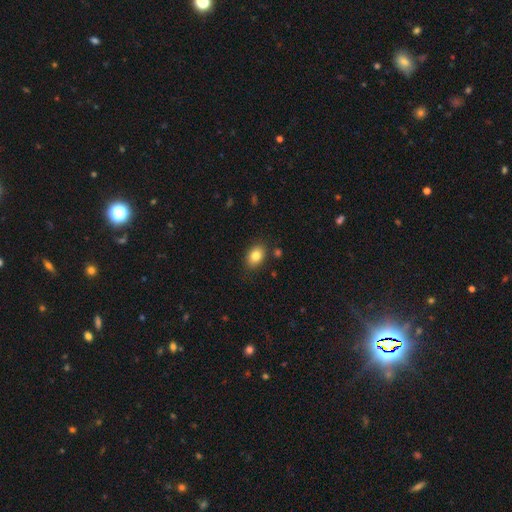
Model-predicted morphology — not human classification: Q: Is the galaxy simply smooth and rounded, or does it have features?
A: smooth — 83%.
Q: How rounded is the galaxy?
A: in between — 77%.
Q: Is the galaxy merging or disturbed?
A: none — 84%.